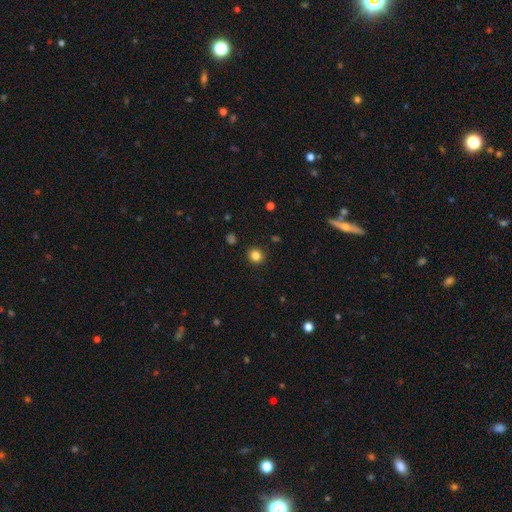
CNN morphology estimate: A smooth galaxy with no disk features (84%) that is round (88%).

Vote fractions:
- Smooth or featured? smooth: 84% / star or artifact: 12% / featured or disk: 4%
- How rounded? round: 88% / in between: 11% / cigar-shaped: 1%
- Merging? none: 91% / minor disturbance: 6% / major disturbance: 2% / merger: 1%